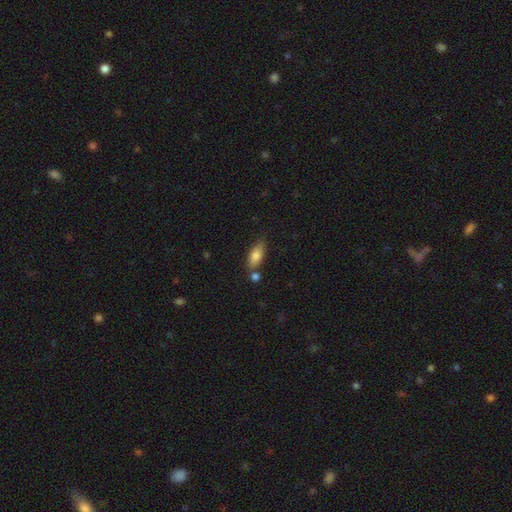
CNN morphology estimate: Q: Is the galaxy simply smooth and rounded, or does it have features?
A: smooth — 80%.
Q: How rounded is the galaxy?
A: in between — 80%.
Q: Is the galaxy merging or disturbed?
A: none — 67%.